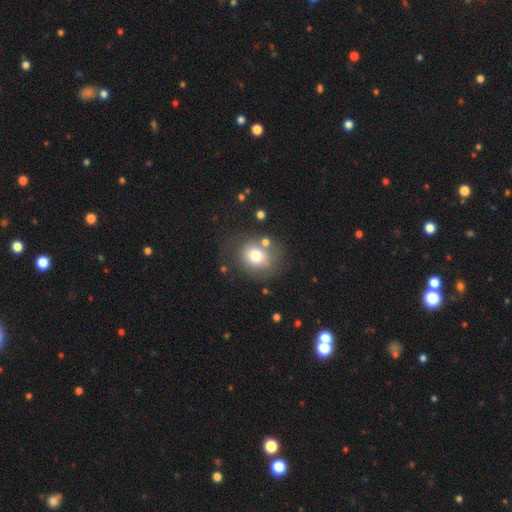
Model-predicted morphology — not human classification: Smooth or featured: smooth — 73% (featured or disk — 16%)
How rounded: round — 66% (in between — 33%)
Merging: none — 63% (minor disturbance — 18%)